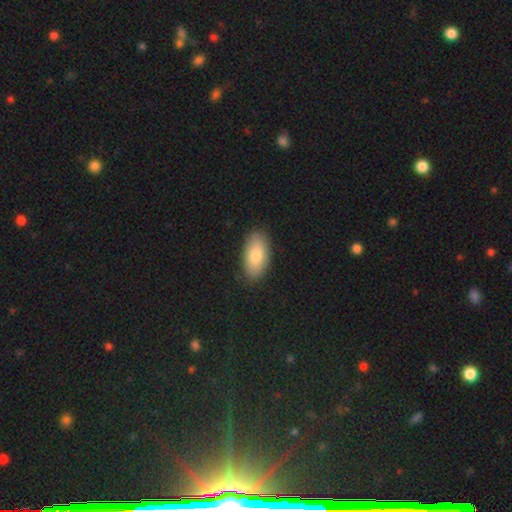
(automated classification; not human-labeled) A smooth galaxy with no disk features (78%) that is in between round and cigar-shaped (93%).

Vote fractions:
- Smooth or featured? smooth: 78% / featured or disk: 15% / star or artifact: 7%
- How rounded? in between: 93% / round: 4% / cigar-shaped: 3%
- Merging? none: 87% / minor disturbance: 10% / major disturbance: 2% / merger: 1%